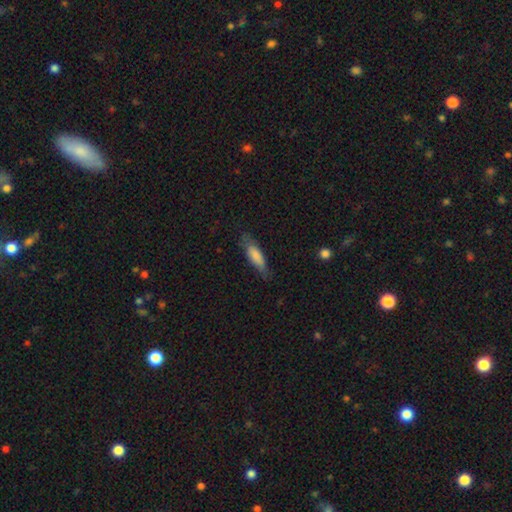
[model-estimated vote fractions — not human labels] smooth_or_featured: smooth (p=0.78) [alt: featured or disk p=0.16]
how_rounded: cigar-shaped (p=0.52) [alt: in between p=0.46]
merging: none (p=0.70) [alt: minor disturbance p=0.23]